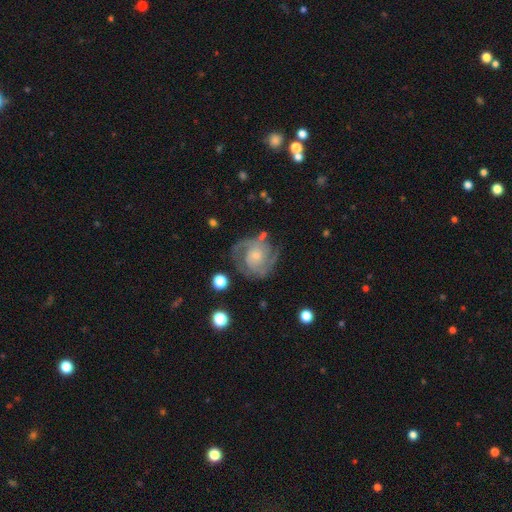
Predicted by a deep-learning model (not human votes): Smooth or featured? Predicted: featured or disk (p=0.83). Edge-on disk? Predicted: no (p=0.98). Bar? Predicted: no (p=0.71). Spiral arms? Predicted: yes (p=0.94). Spiral winding? Predicted: tight (p=0.45). Spiral arm count? Predicted: 2 (p=0.53). Bulge size? Predicted: small (p=0.65). Merging? Predicted: none (p=0.69).